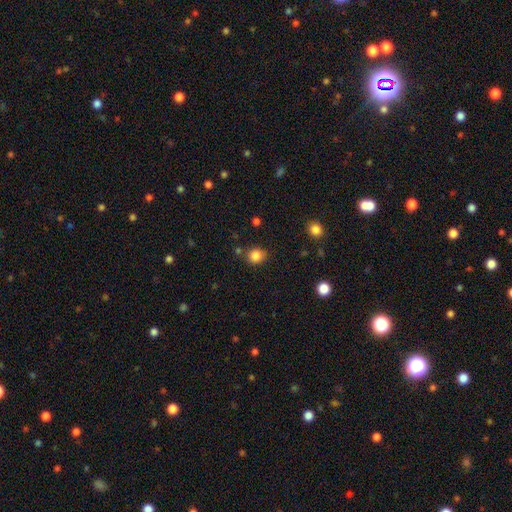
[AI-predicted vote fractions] A smooth galaxy with no disk features (85%) that is round (81%). Merging: none (80%).